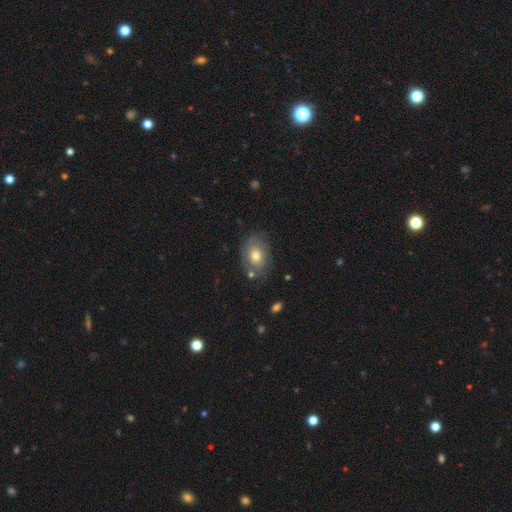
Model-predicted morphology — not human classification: Smooth or featured?
  - smooth: 57% *
  - featured or disk: 34%
  - star or artifact: 9%
How rounded?
  - in between: 72% *
  - round: 27%
  - cigar-shaped: 1%
Merging?
  - none: 72% *
  - minor disturbance: 18%
  - major disturbance: 6%
  - merger: 4%